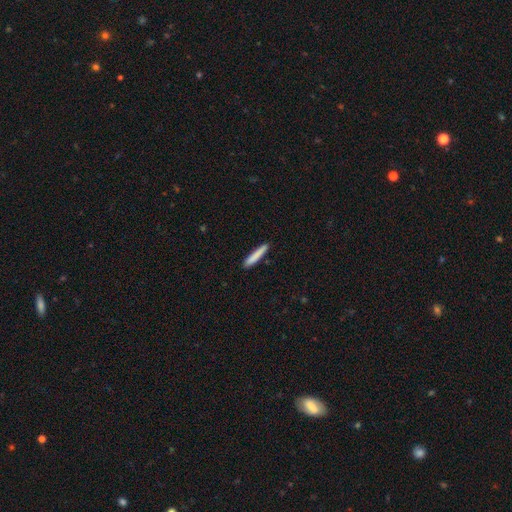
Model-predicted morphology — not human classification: Smooth or featured: smooth — 84% (featured or disk — 10%)
How rounded: cigar-shaped — 94% (in between — 5%)
Merging: none — 90% (minor disturbance — 7%)